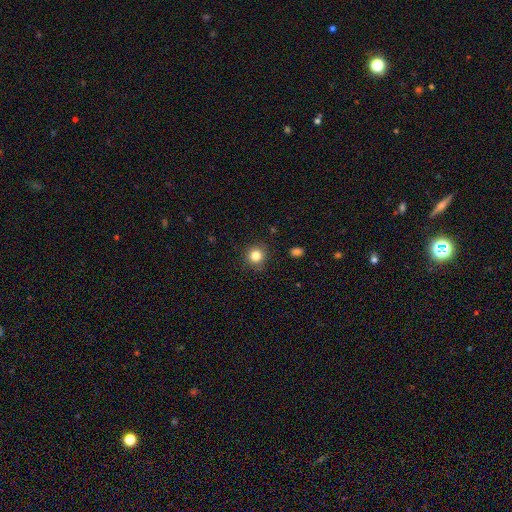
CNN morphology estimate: Smooth or featured?
  - smooth: 83% *
  - star or artifact: 11%
  - featured or disk: 6%
How rounded?
  - round: 91% *
  - in between: 8%
  - cigar-shaped: 1%
Merging?
  - none: 87% *
  - minor disturbance: 9%
  - major disturbance: 2%
  - merger: 1%